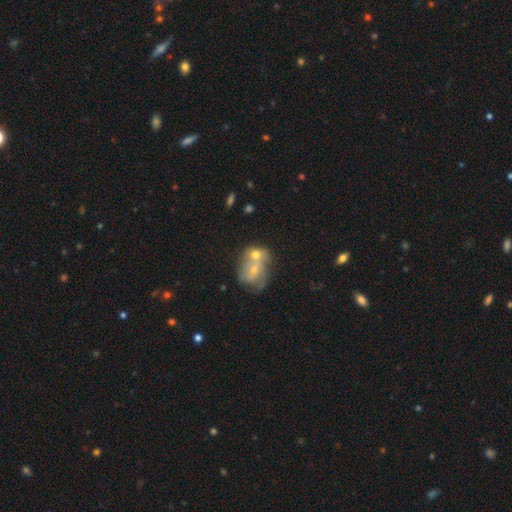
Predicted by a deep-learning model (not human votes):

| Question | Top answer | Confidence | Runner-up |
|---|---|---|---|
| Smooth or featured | featured or disk | 49% | smooth (35%) |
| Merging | merger | 52% | none (33%) |